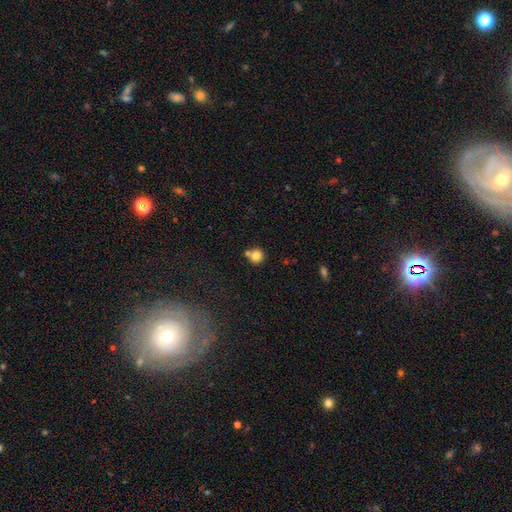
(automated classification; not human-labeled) Smooth or featured? smooth (80%)
How rounded? round (91%)
Merging? none (60%)